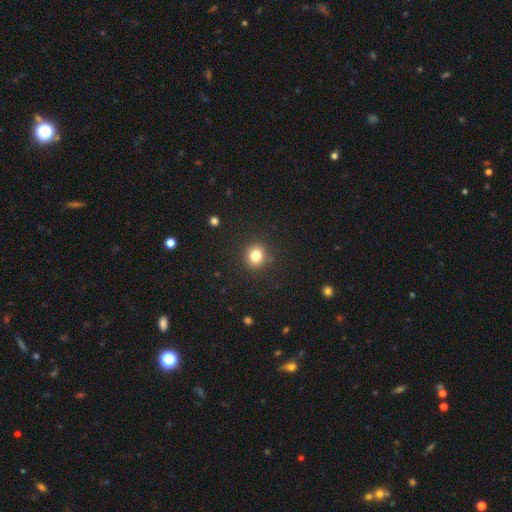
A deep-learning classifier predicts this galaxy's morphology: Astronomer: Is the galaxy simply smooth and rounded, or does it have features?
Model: smooth — 81%.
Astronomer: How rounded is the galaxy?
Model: round — 84%.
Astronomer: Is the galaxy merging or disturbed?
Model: none — 89%.